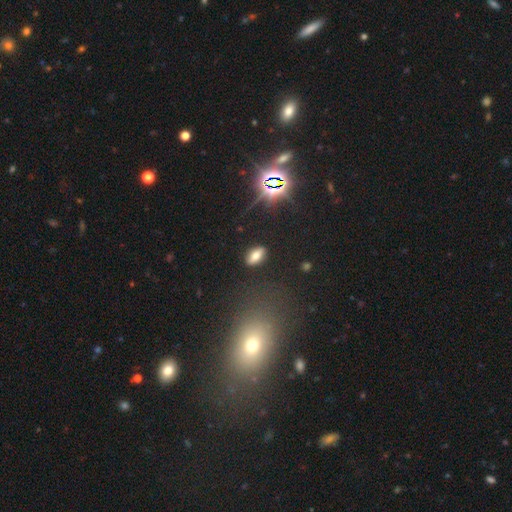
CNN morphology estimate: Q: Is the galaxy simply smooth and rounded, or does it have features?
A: smooth — 69%.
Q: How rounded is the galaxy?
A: in between — 88%.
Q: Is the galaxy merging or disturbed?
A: none — 88%.